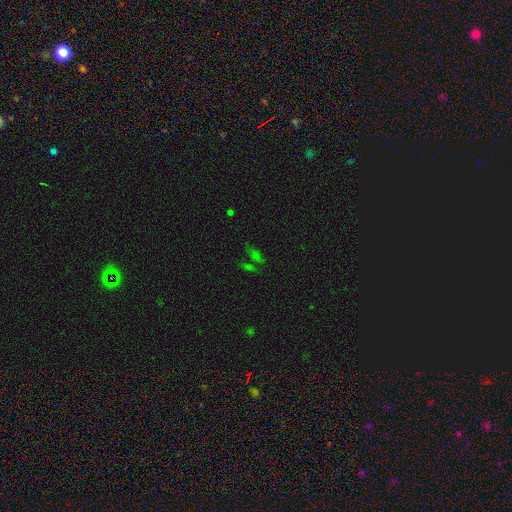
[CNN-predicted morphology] A star or artifact, not a galaxy (44%).